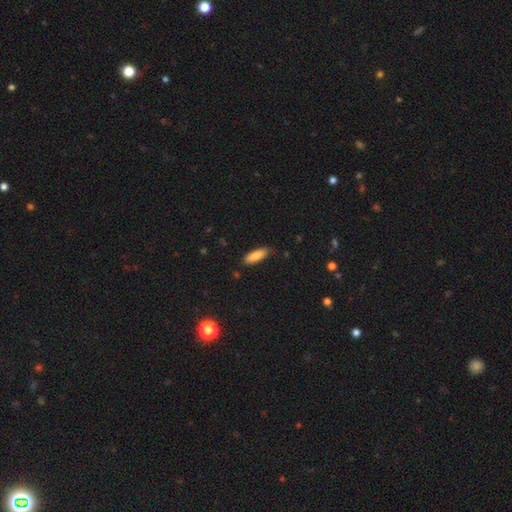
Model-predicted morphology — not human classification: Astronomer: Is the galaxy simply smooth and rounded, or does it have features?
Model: smooth — 84%.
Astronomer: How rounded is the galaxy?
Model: in between — 55% (runner-up: cigar-shaped, 43%).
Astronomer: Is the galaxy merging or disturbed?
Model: none — 80%.